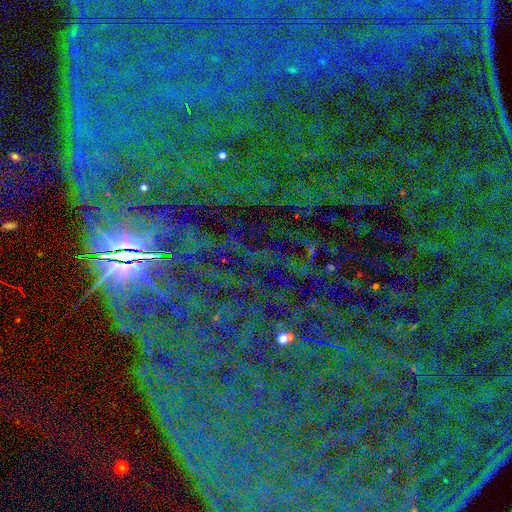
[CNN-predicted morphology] The model was most divided on "smooth or featured": star or artifact: 84%, smooth: 8%, featured or disk: 8%.